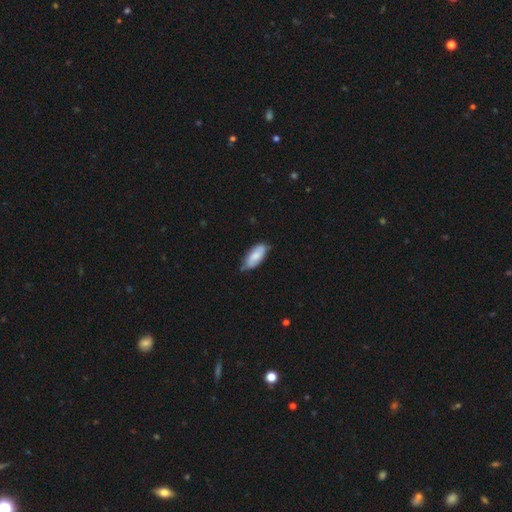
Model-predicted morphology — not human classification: A smooth galaxy with no disk features (72%) that is in between round and cigar-shaped (85%).

Vote fractions:
- Smooth or featured? smooth: 72% / featured or disk: 22% / star or artifact: 6%
- How rounded? in between: 85% / cigar-shaped: 13% / round: 2%
- Merging? none: 68% / minor disturbance: 26% / major disturbance: 4% / merger: 2%